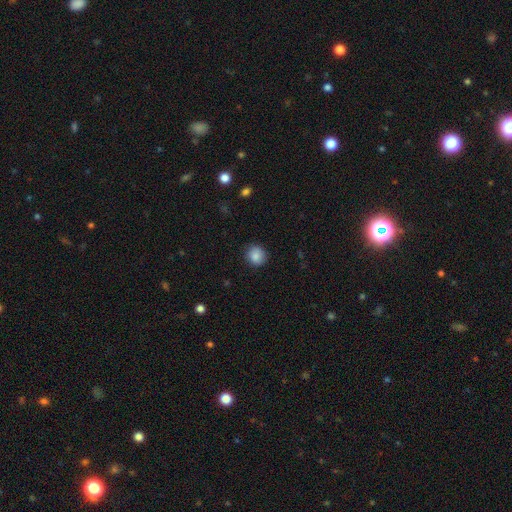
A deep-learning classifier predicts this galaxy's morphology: A smooth galaxy with no disk features (86%) that is round (88%). Merging: none (84%).